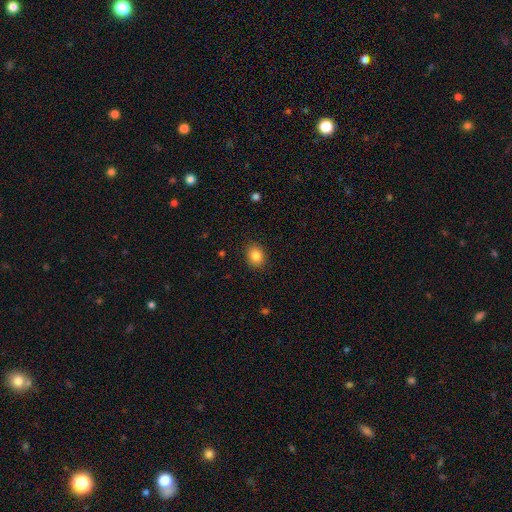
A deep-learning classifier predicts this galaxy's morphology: smooth 84%, star or artifact 10%, featured or disk 6%. Down the decision tree: how rounded — round (52%); merging — none (87%).